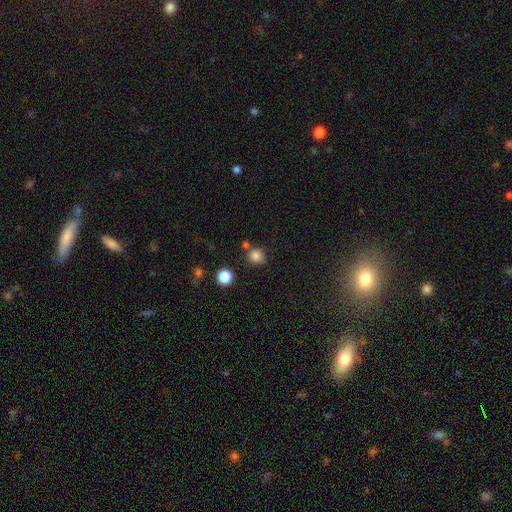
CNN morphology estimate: Smooth or featured: smooth — 83% (star or artifact — 13%)
How rounded: round — 87% (in between — 12%)
Merging: none — 74% (merger — 11%)